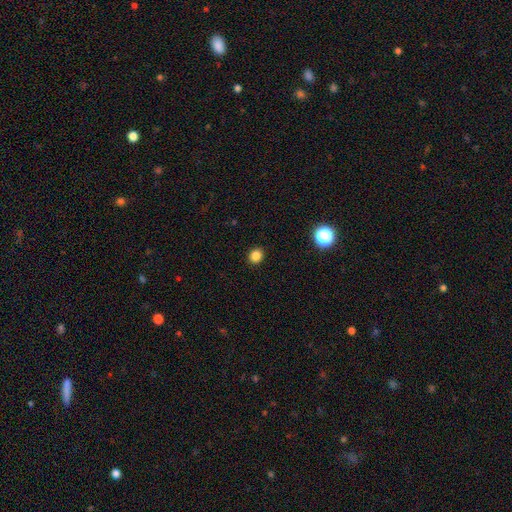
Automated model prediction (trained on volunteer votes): This is clearly a smooth galaxy (84%). How rounded: likely round (79%). Merging: clearly none (92%).